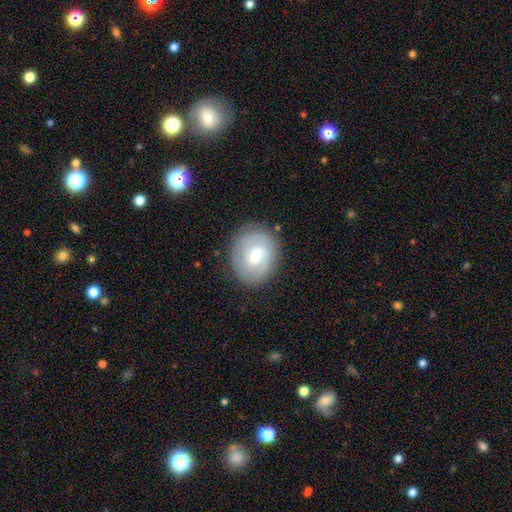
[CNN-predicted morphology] type=featured or disk (62%); edge-on=no (96%); bar=weak (53%); spiral arms=yes (78%); bulge=moderate (71%); merging=none (81%).